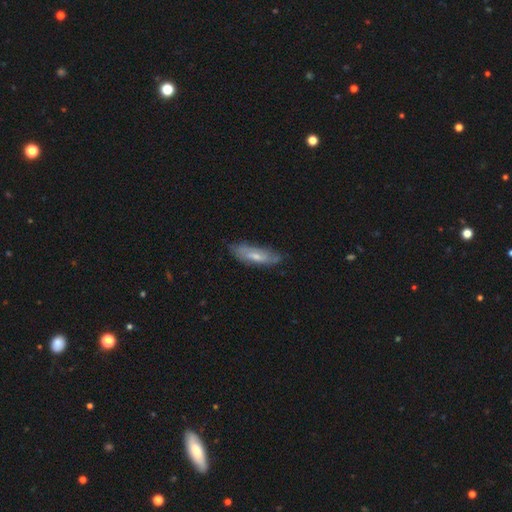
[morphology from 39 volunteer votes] Smooth or featured? 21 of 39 (54%) said smooth. How rounded? 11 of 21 (52%) said in between. Merging? 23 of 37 (62%) said none.